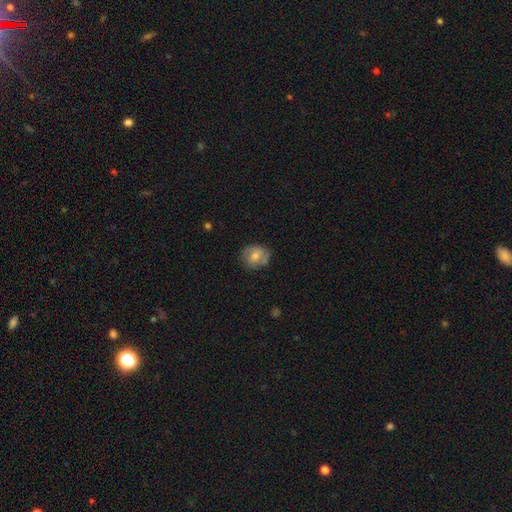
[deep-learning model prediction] A smooth galaxy with no disk features (49%).

Vote fractions:
- Smooth or featured? smooth: 49% / featured or disk: 44% / star or artifact: 8%
- Merging? none: 73% / minor disturbance: 20% / major disturbance: 6% / merger: 2%